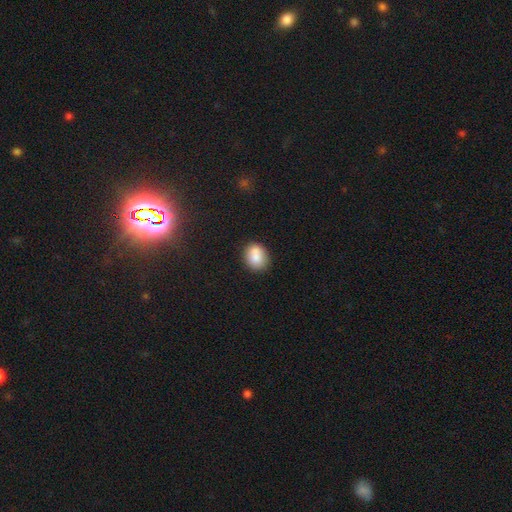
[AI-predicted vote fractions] A smooth galaxy with no disk features (83%) that is round (54%).

Vote fractions:
- Smooth or featured? smooth: 83% / featured or disk: 8% / star or artifact: 8%
- How rounded? round: 54% / in between: 45% / cigar-shaped: 1%
- Merging? none: 72% / minor disturbance: 16% / merger: 9% / major disturbance: 4%